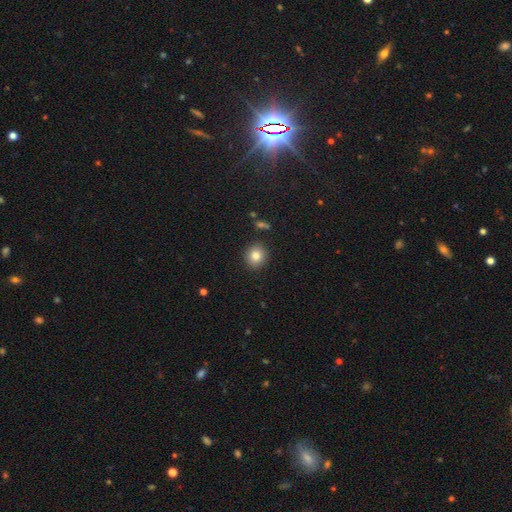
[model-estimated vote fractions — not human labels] A smooth galaxy with no disk features (81%) that is round (84%). Merging: none (89%).